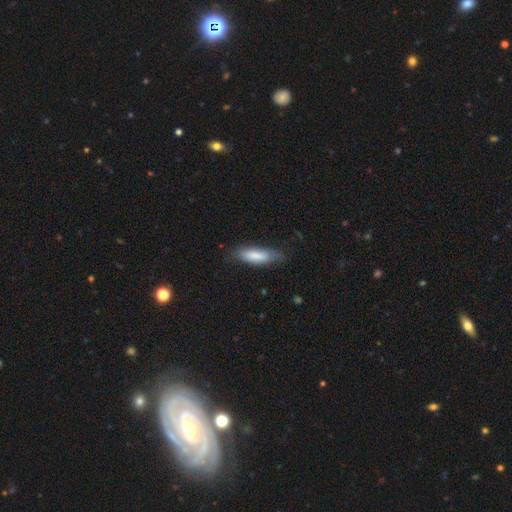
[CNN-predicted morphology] Smooth or featured? smooth (80%)
How rounded? in between (50%)
Merging? none (69%)